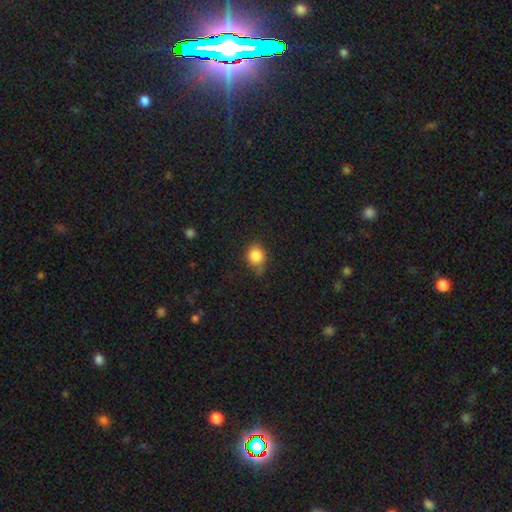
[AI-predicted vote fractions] smooth 85%, star or artifact 10%, featured or disk 5%. Down the decision tree: how rounded — round (76%); merging — none (64%).